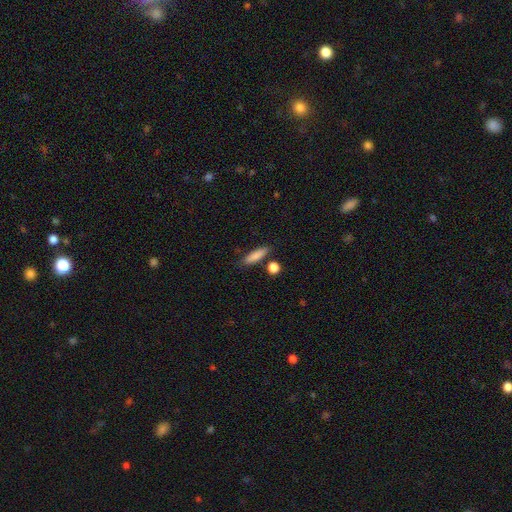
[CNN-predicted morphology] A smooth galaxy with no disk features (83%) that is cigar-shaped (63%).

Vote fractions:
- Smooth or featured? smooth: 83% / featured or disk: 10% / star or artifact: 7%
- How rounded? cigar-shaped: 63% / in between: 33% / round: 4%
- Merging? none: 78% / minor disturbance: 12% / merger: 6% / major disturbance: 3%